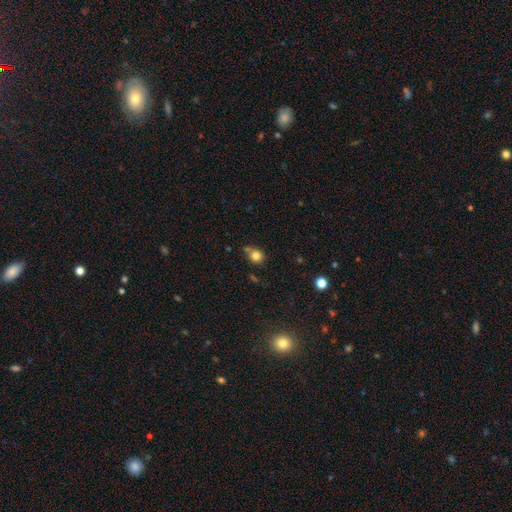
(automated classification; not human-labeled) A smooth galaxy with no disk features (80%) that is round (77%).

Vote fractions:
- Smooth or featured? smooth: 80% / star or artifact: 12% / featured or disk: 8%
- How rounded? round: 77% / in between: 22% / cigar-shaped: 1%
- Merging? none: 61% / minor disturbance: 20% / merger: 13% / major disturbance: 6%